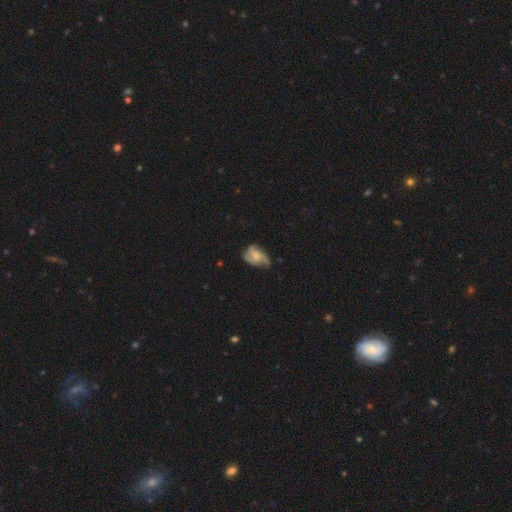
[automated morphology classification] This is possibly a featured or disk galaxy (52%). It is clearly not viewed edge-on (96%). Merging: marginally minor disturbance (39%).